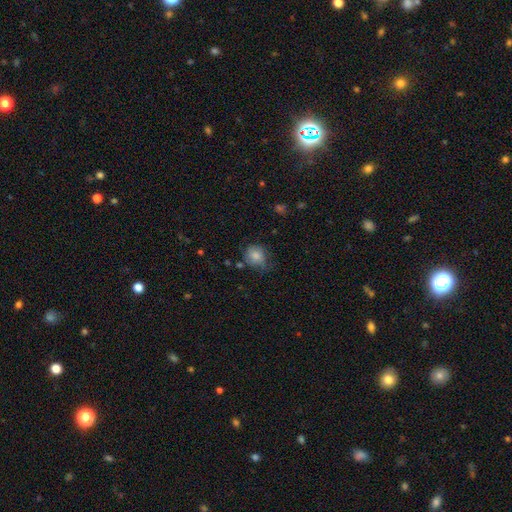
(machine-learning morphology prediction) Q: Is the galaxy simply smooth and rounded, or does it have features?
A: smooth — 79%.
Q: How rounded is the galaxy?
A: round — 77%.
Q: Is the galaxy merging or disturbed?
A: none — 57%.